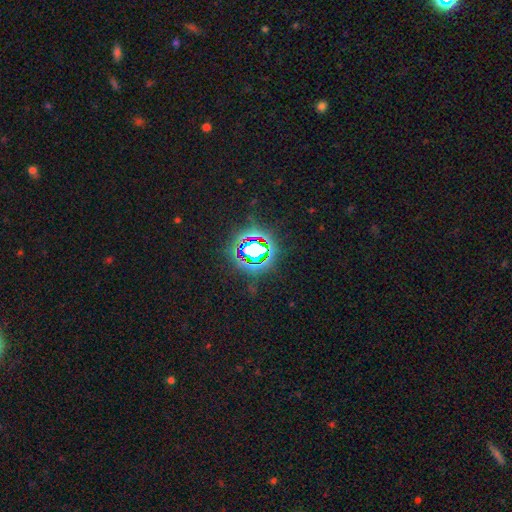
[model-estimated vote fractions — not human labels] Morphology: type=star or artifact (79%).